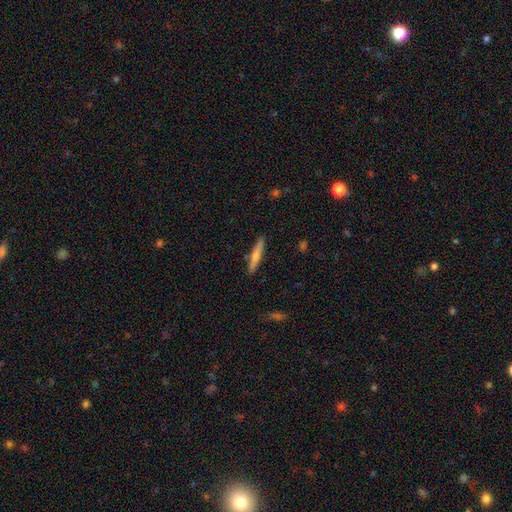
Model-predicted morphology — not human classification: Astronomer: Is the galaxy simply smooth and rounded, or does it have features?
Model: smooth — 62%.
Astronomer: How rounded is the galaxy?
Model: cigar-shaped — 91%.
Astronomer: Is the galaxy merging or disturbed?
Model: none — 88%.